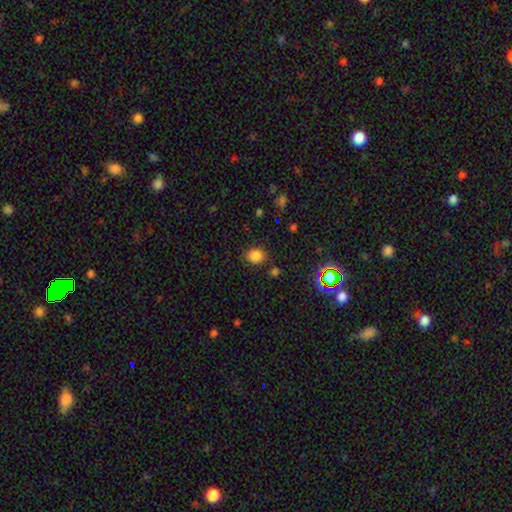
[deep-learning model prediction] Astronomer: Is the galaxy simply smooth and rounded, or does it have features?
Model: smooth — 81%.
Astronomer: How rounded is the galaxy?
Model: round — 64%.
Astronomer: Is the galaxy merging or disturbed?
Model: none — 82%.